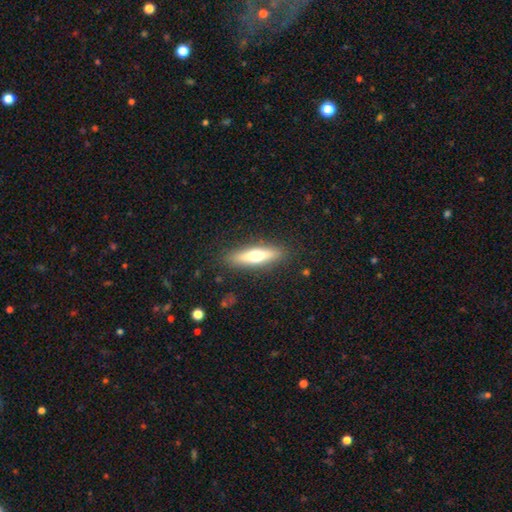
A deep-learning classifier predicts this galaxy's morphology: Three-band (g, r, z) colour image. It shows a smooth galaxy with no disk features (53%) that is cigar-shaped (68%). Merging: none (88%).